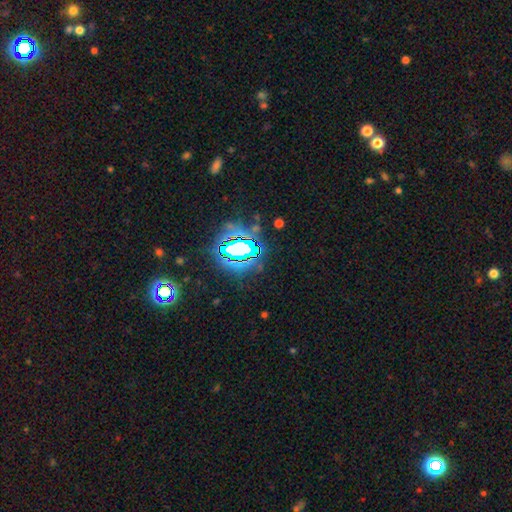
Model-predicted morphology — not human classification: smooth-or-featured: star or artifact: 81% | smooth: 11% | featured or disk: 8%